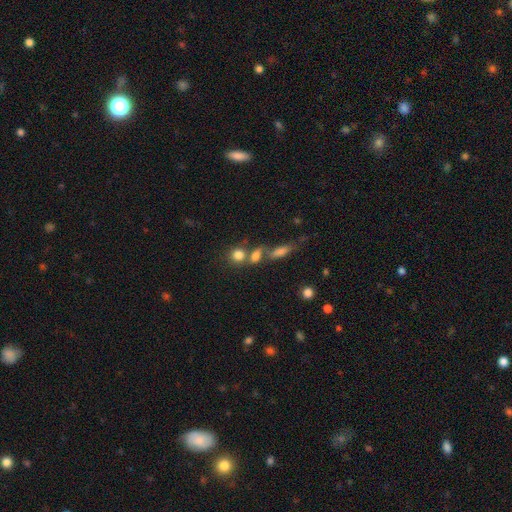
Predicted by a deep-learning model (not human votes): smooth-or-featured: smooth: 76% | star or artifact: 13% | featured or disk: 11%
  how-rounded: round: 60% | in between: 35% | cigar-shaped: 6%
  merging: none: 45% | merger: 40% | minor disturbance: 10% | major disturbance: 6%